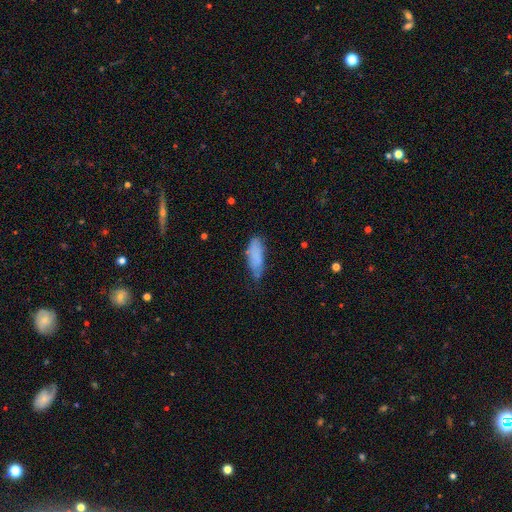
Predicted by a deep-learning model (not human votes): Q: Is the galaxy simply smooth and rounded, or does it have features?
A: smooth — 80%.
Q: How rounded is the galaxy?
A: in between — 66%.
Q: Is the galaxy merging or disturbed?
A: none — 55%.